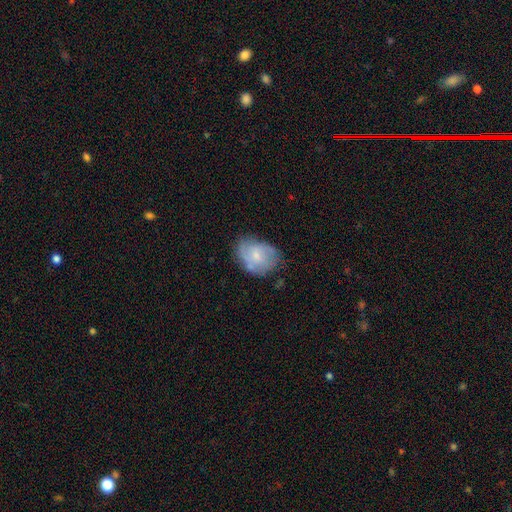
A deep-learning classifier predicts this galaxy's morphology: This appears to be a smooth galaxy with no disk features (49%). Merging: none (54%).